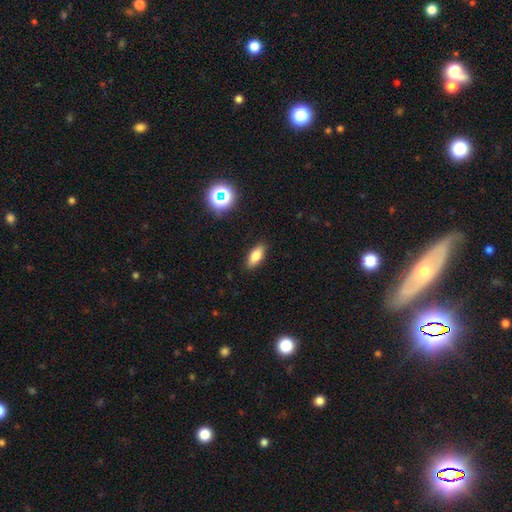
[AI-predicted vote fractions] Smooth or featured: smooth — 77% (featured or disk — 13%)
How rounded: in between — 80% (cigar-shaped — 17%)
Merging: none — 88% (minor disturbance — 8%)